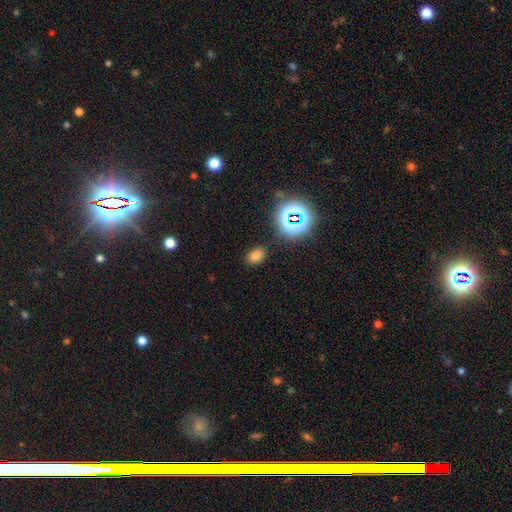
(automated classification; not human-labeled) smooth_or_featured: smooth (p=0.70) [alt: star or artifact p=0.23]
how_rounded: in between (p=0.76) [alt: round p=0.23]
merging: none (p=0.83) [alt: minor disturbance p=0.11]